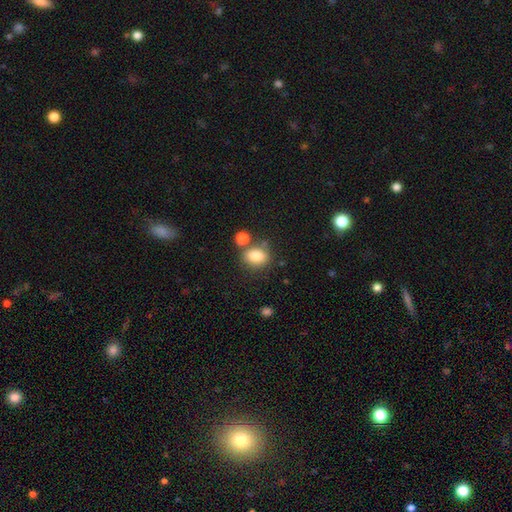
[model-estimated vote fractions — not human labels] Smooth or featured: smooth — 83% (star or artifact — 9%)
How rounded: in between — 64% (round — 35%)
Merging: none — 61% (merger — 21%)